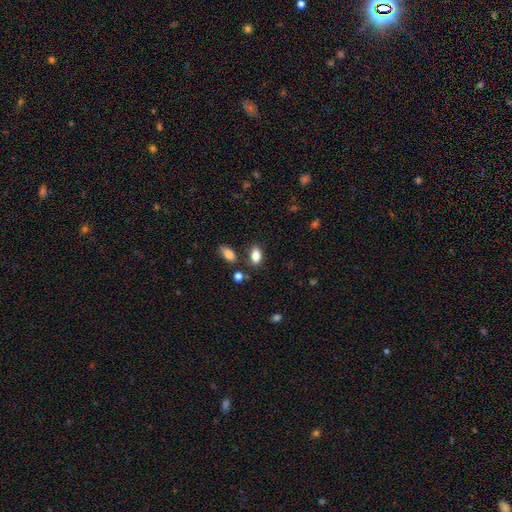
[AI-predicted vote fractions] smooth 85%, star or artifact 8%, featured or disk 7%. Down the decision tree: how rounded — in between (89%); merging — none (75%).